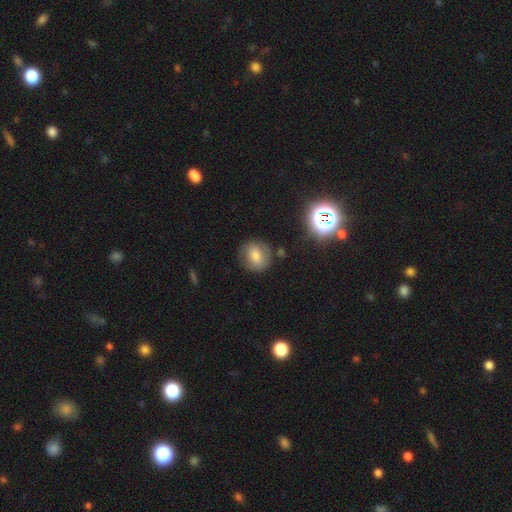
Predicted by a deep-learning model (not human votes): Smooth or featured: smooth — 66% (featured or disk — 20%)
How rounded: round — 76% (in between — 23%)
Merging: none — 78% (minor disturbance — 14%)